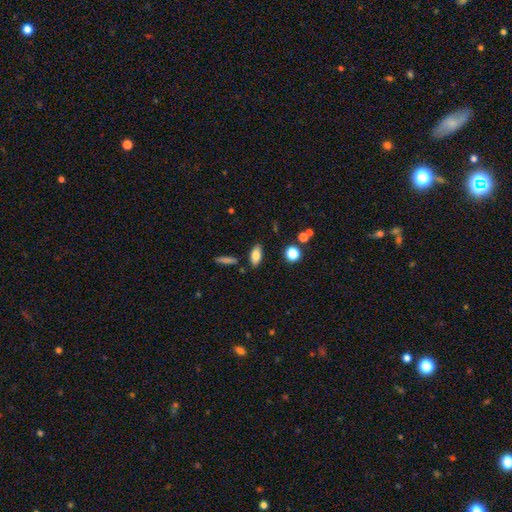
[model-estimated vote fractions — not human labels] Morphology: type=smooth (78%); roundness=in between (84%); merging=none (82%).